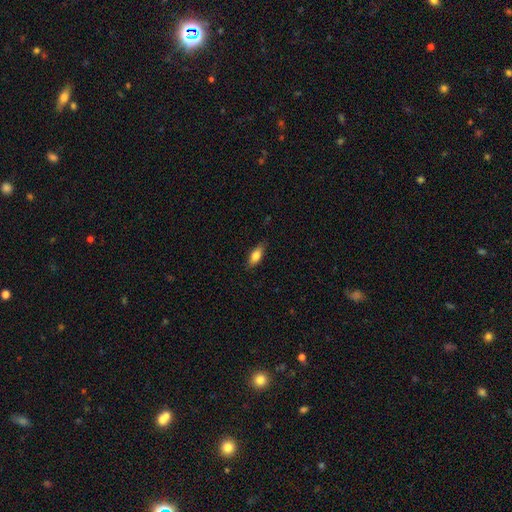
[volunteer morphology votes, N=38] Volunteers were most divided on "how rounded": in between: 56%, cigar-shaped: 34%, round: 9%. More confident: merging — none (86%); smooth or featured — smooth (84%).